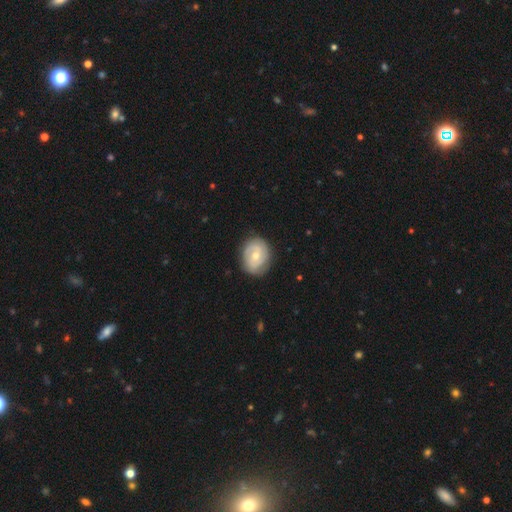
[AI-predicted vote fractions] Smooth or featured: featured or disk — 60% (smooth — 34%)
Edge-on disk: no — 96% (yes — 4%)
Bar: no — 62% (weak — 31%)
Spiral arms: yes — 72% (no — 28%)
Bulge size: moderate — 59% (small — 37%)
Merging: none — 79% (minor disturbance — 15%)